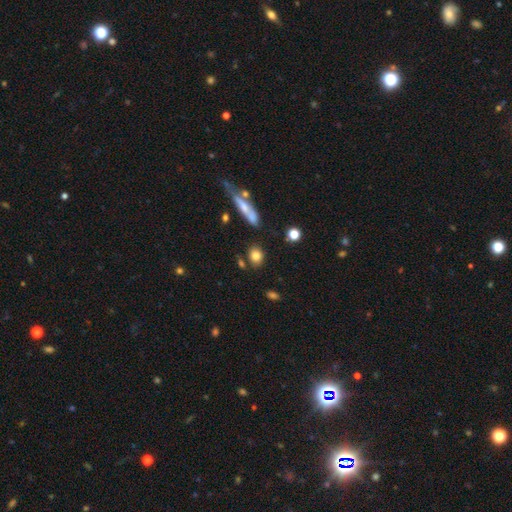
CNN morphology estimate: smooth_or_featured: smooth (p=0.81) [alt: star or artifact p=0.10]
how_rounded: round (p=0.51) [alt: in between p=0.45]
merging: none (p=0.72) [alt: minor disturbance p=0.15]